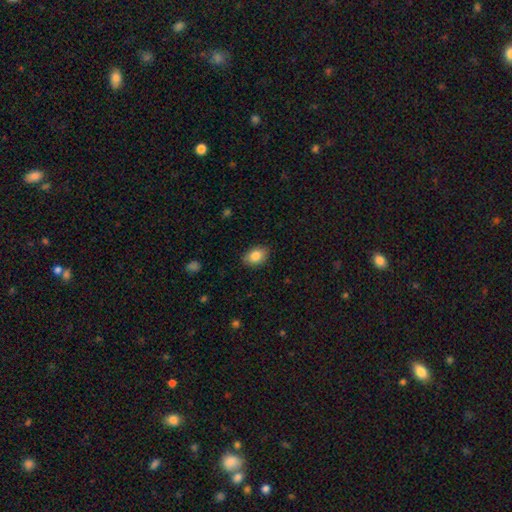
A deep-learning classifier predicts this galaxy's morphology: Smooth or featured?
  - smooth: 85% *
  - star or artifact: 8%
  - featured or disk: 7%
How rounded?
  - in between: 80% *
  - round: 19%
  - cigar-shaped: 1%
Merging?
  - none: 86% *
  - minor disturbance: 10%
  - major disturbance: 2%
  - merger: 1%